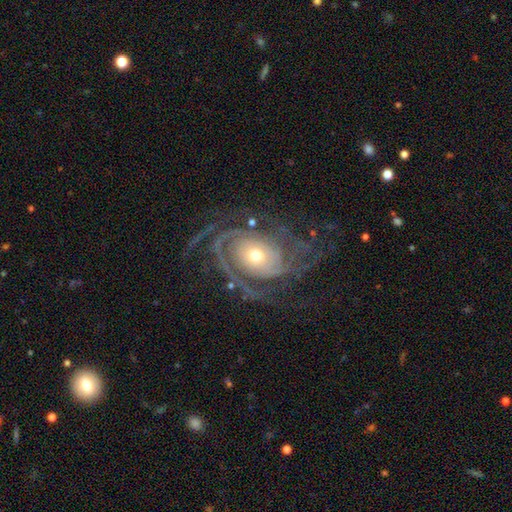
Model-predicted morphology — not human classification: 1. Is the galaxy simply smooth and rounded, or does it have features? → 89% featured or disk, 6% smooth, 5% star or artifact.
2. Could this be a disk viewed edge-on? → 97% no, 3% yes.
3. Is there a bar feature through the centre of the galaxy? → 78% no, 15% weak, 7% strong.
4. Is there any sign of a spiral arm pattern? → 96% yes, 4% no.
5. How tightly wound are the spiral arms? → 62% tight, 28% medium, 10% loose.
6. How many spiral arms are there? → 30% 2, 21% 3, 21% can't tell, 11% 4, 8% 1, 8% more than 4.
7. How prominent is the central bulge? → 58% moderate, 33% small, 7% large, 1% dominant, 1% none.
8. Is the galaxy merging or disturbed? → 65% none, 17% major disturbance, 16% minor disturbance, 2% merger.